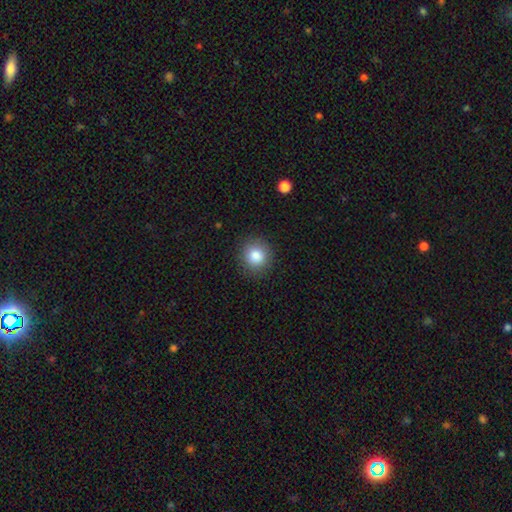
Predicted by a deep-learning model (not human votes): Morphology: type=smooth (85%); roundness=round (89%); merging=none (89%).